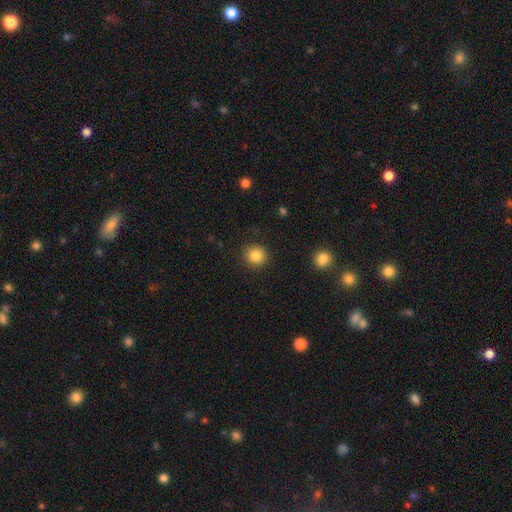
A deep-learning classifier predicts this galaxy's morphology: This is clearly a smooth galaxy (85%). How rounded: clearly round (90%). Merging: clearly none (90%).